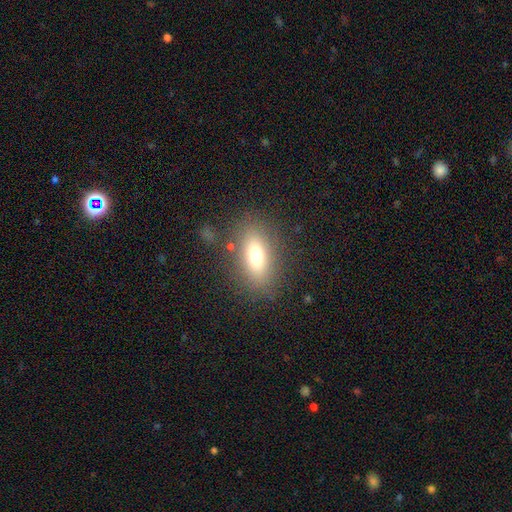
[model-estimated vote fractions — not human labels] Smooth or featured? Predicted: smooth (p=0.71). How rounded? Predicted: in between (p=0.80). Merging? Predicted: none (p=0.80).